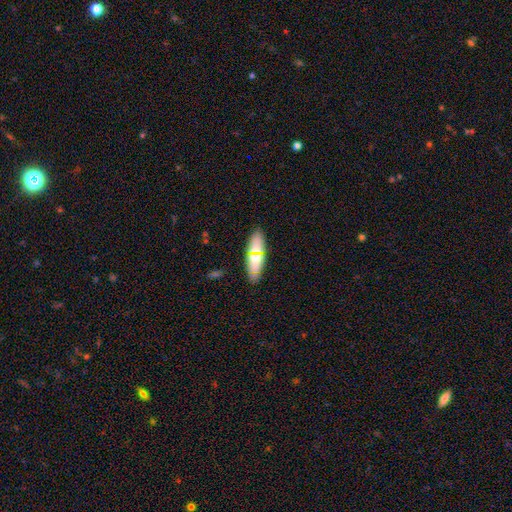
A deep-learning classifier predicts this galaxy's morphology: Smooth or featured: smooth — 65% (featured or disk — 26%)
How rounded: in between — 57% (cigar-shaped — 39%)
Merging: none — 86% (minor disturbance — 9%)